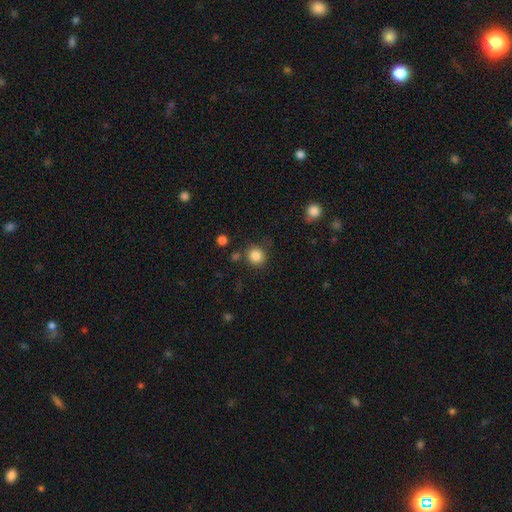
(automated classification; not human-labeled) A smooth galaxy with no disk features (85%) that is round (89%). Merging: none (81%).